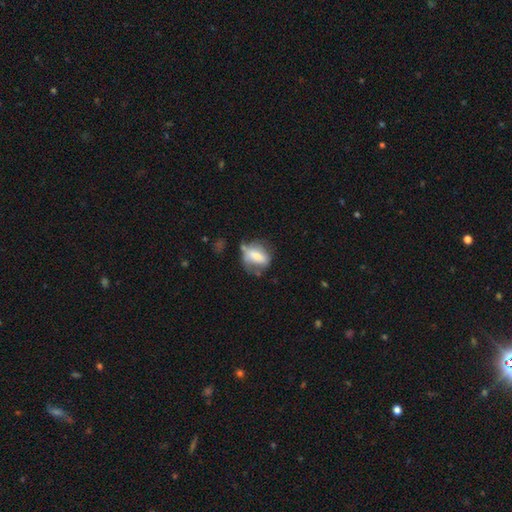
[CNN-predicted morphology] The model was most divided on "merging": none: 40%, minor disturbance: 29%, major disturbance: 20%, merger: 11%. More confident: how rounded — in between (65%); smooth or featured — smooth (58%).